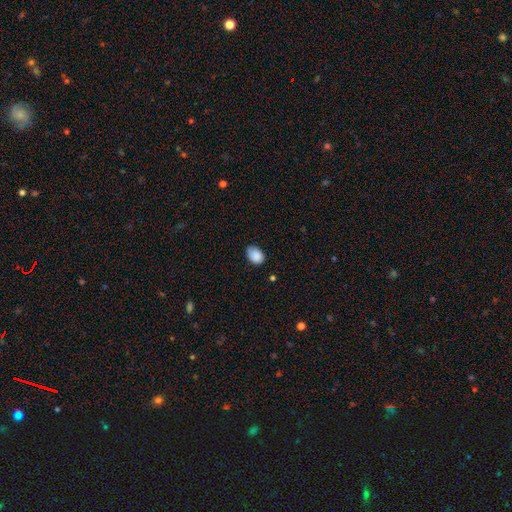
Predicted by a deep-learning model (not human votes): This is clearly a smooth galaxy (88%). How rounded: clearly in between (80%). Merging: likely none (65%).